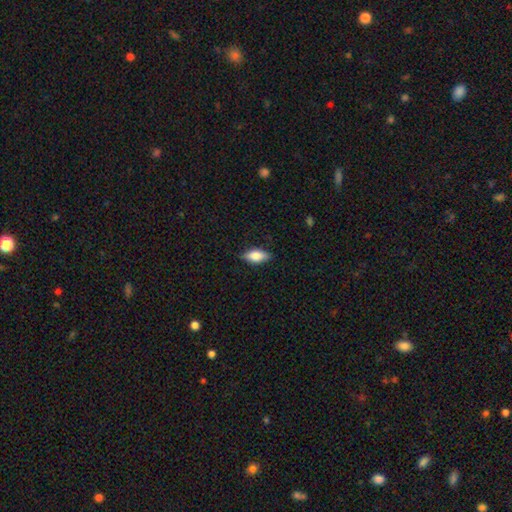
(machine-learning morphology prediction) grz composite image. It shows a smooth galaxy with no disk features (72%) that is in between round and cigar-shaped (82%). Merging: none (84%).